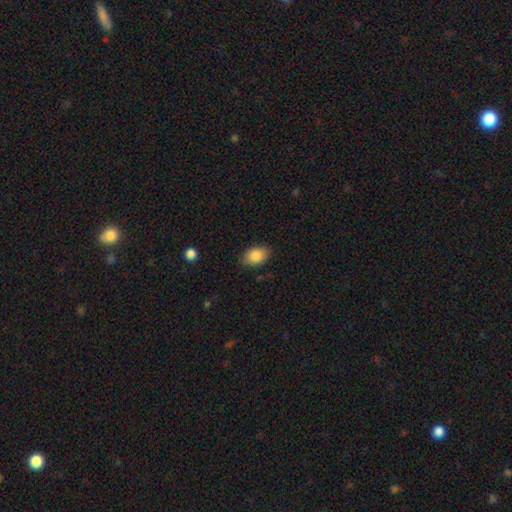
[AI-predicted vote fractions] Q: Smooth or featured?
A: smooth (86%); runner-up: star or artifact (7%)
Q: How rounded?
A: in between (84%); runner-up: round (15%)
Q: Merging?
A: none (83%); runner-up: minor disturbance (13%)